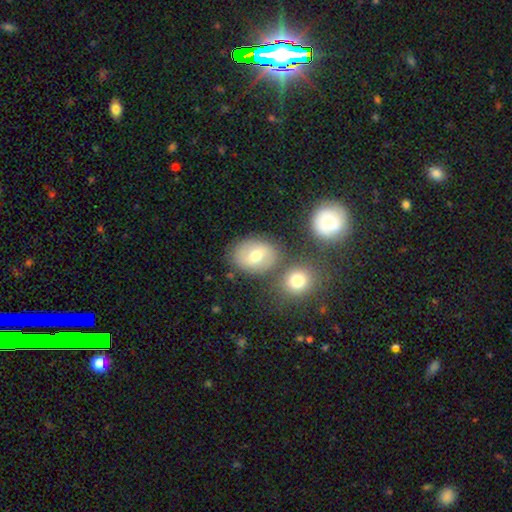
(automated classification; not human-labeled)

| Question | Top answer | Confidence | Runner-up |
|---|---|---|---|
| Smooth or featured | smooth | 66% | featured or disk (22%) |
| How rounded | in between | 54% | round (44%) |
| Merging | none | 72% | minor disturbance (12%) |